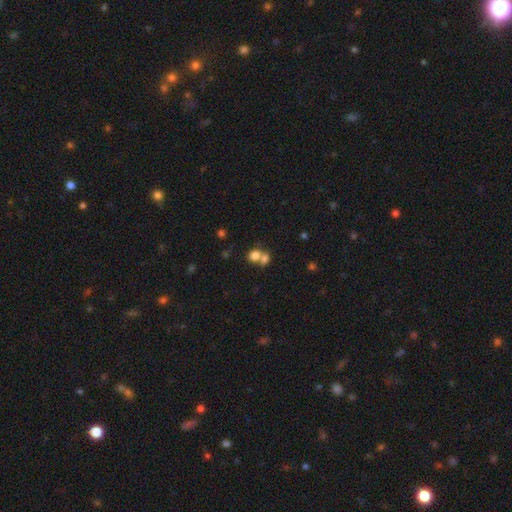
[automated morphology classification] Smooth or featured? smooth (77%)
How rounded? round (65%)
Merging? merger (57%)